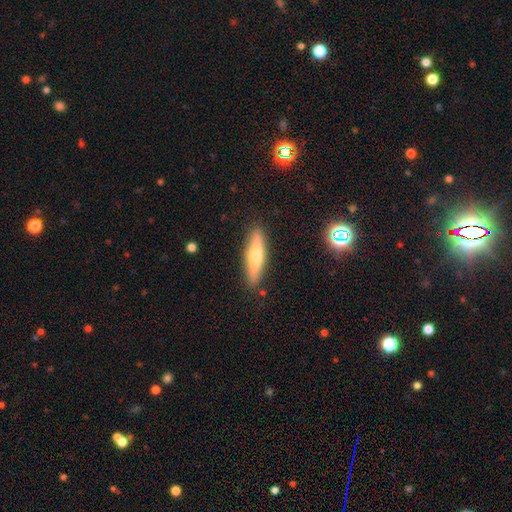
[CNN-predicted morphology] Smooth or featured?
  - smooth: 47% *
  - featured or disk: 45%
  - star or artifact: 8%
Merging?
  - none: 88% *
  - minor disturbance: 9%
  - major disturbance: 2%
  - merger: 2%